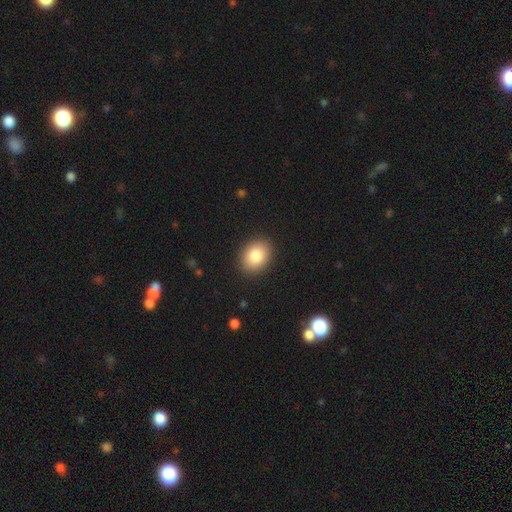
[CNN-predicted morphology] Smooth or featured? smooth (84%)
How rounded? in between (58%)
Merging? none (90%)